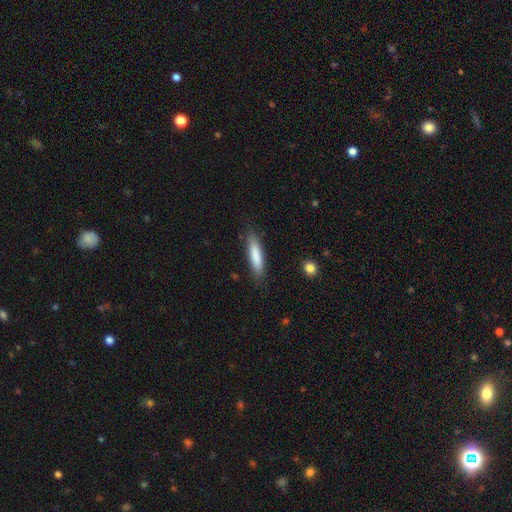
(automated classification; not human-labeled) This appears to be a smooth galaxy with no disk features (82%) that is cigar-shaped (78%). Merging: none (84%).